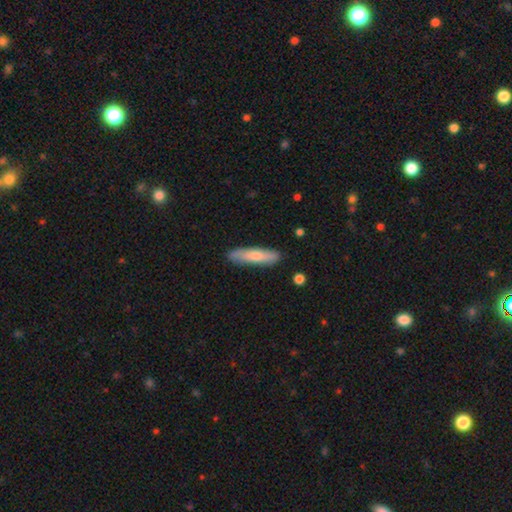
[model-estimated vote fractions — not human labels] Smooth or featured?
  - smooth: 70% *
  - featured or disk: 25%
  - star or artifact: 6%
How rounded?
  - cigar-shaped: 82% *
  - in between: 17%
  - round: 1%
Merging?
  - none: 87% *
  - minor disturbance: 10%
  - major disturbance: 2%
  - merger: 1%